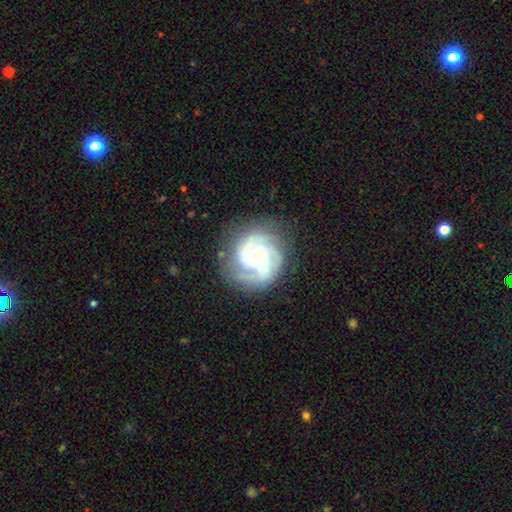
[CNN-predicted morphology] smooth_or_featured: featured or disk (p=0.85) [alt: smooth p=0.09]
disk_edge_on: no (p=0.98) [alt: yes p=0.02]
bar: no (p=0.73) [alt: weak p=0.22]
has_spiral_arms: yes (p=0.95) [alt: no p=0.05]
spiral_winding: tight (p=0.61) [alt: medium p=0.32]
spiral_arm_count: 3 (p=0.34) [alt: 2 p=0.26]
bulge_size: moderate (p=0.51) [alt: small p=0.45]
merging: none (p=0.71) [alt: minor disturbance p=0.18]